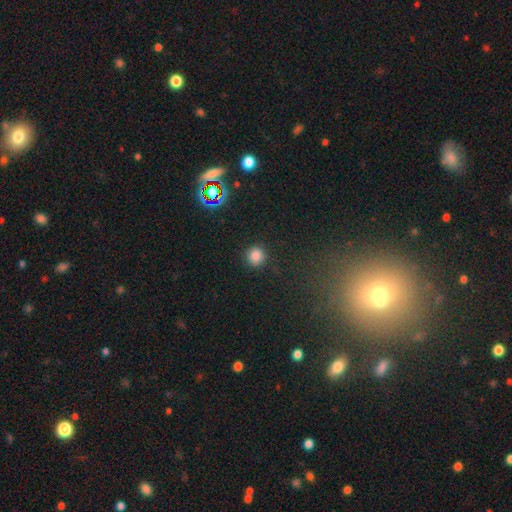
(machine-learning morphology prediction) Q: Smooth or featured?
A: smooth (82%); runner-up: star or artifact (13%)
Q: How rounded?
A: round (93%); runner-up: in between (6%)
Q: Merging?
A: none (88%); runner-up: minor disturbance (8%)